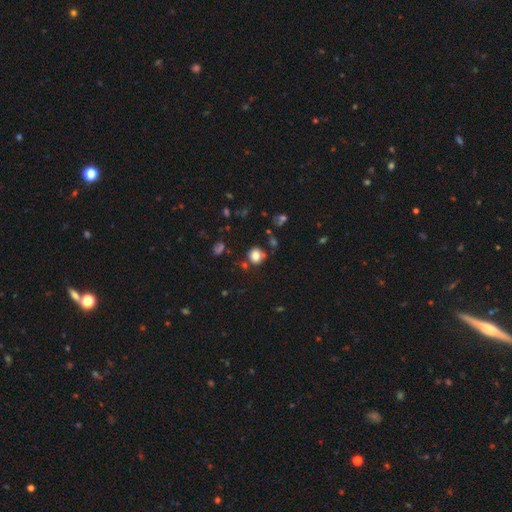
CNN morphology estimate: Q: Smooth or featured?
A: smooth (80%); runner-up: star or artifact (13%)
Q: How rounded?
A: round (78%); runner-up: in between (21%)
Q: Merging?
A: none (72%); runner-up: minor disturbance (15%)